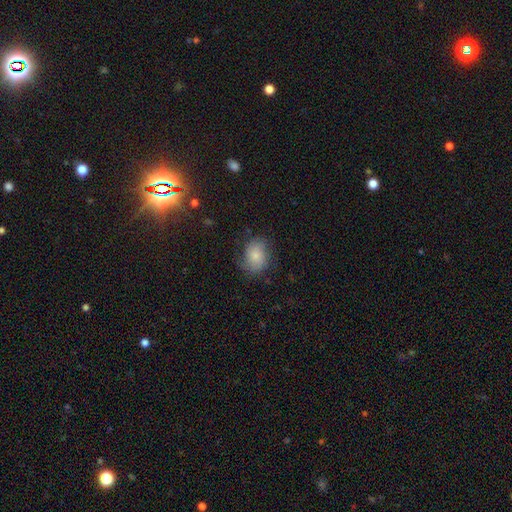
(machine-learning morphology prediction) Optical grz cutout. It shows a smooth galaxy with no disk features (71%) that is in between round and cigar-shaped (58%). Merging: none (66%).